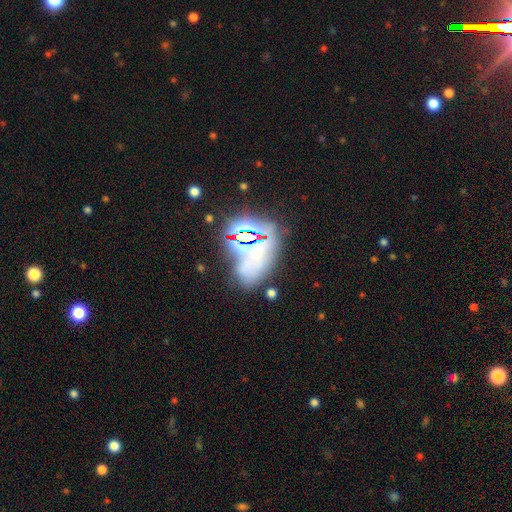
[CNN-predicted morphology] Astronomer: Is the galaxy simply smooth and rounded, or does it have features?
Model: star or artifact — 56%.